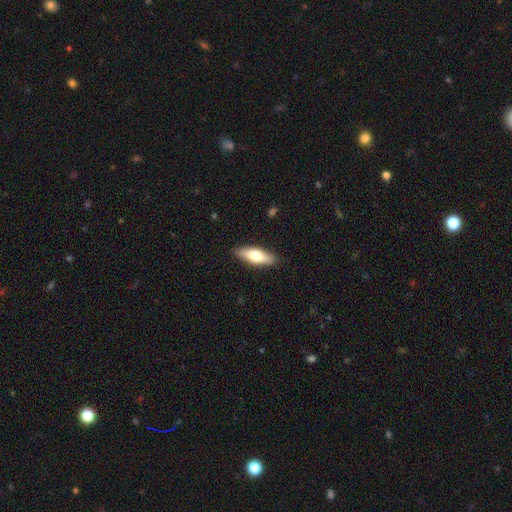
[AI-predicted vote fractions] Smooth or featured? smooth (63%)
How rounded? in between (59%)
Merging? none (89%)